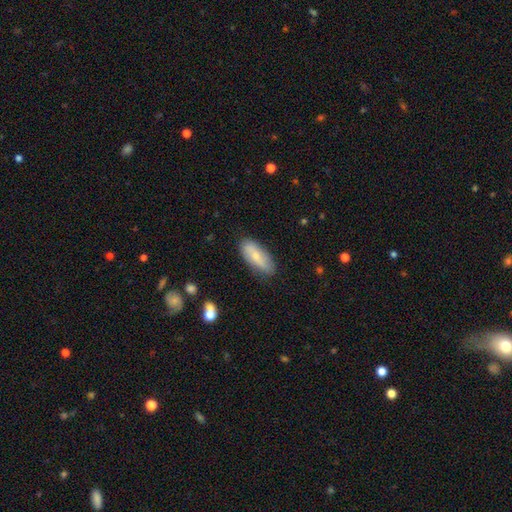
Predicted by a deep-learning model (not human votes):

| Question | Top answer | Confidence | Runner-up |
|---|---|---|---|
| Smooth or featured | smooth | 62% | featured or disk (32%) |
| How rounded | in between | 75% | cigar-shaped (22%) |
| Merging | none | 80% | minor disturbance (15%) |